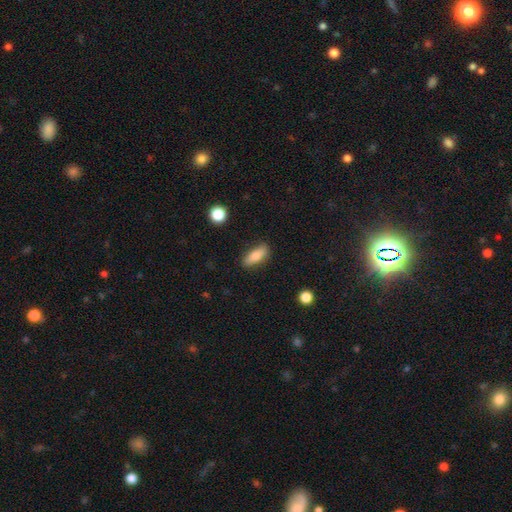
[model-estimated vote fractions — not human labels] smooth 74%, featured or disk 19%, star or artifact 7%. Down the decision tree: how rounded — in between (63%); merging — none (84%).